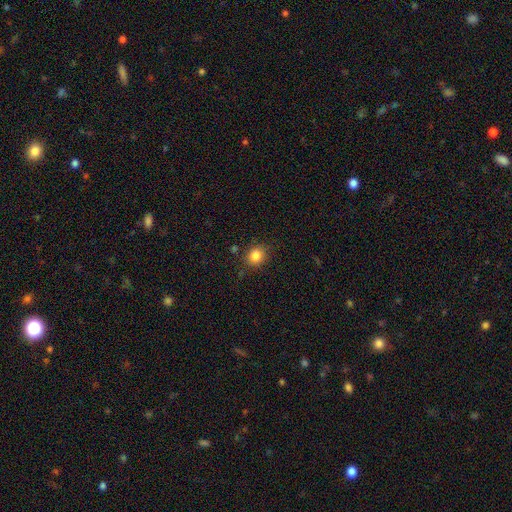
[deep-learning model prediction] Smooth or featured? Predicted: smooth (p=0.84). How rounded? Predicted: round (p=0.72). Merging? Predicted: none (p=0.84).